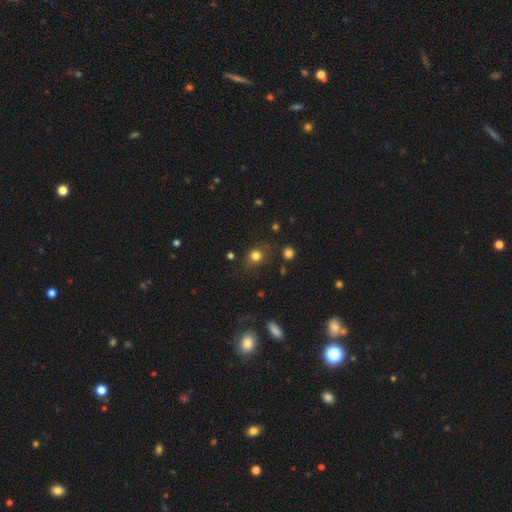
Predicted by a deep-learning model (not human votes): Smooth or featured? Predicted: smooth (p=0.78). How rounded? Predicted: round (p=0.77). Merging? Predicted: none (p=0.78).